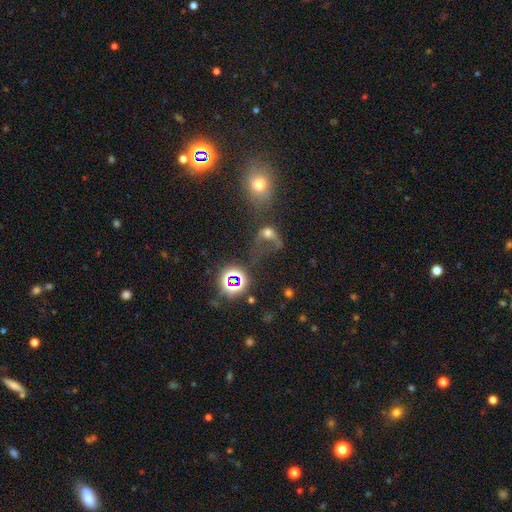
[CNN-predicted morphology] smooth-or-featured: star or artifact: 55% | smooth: 29% | featured or disk: 16%